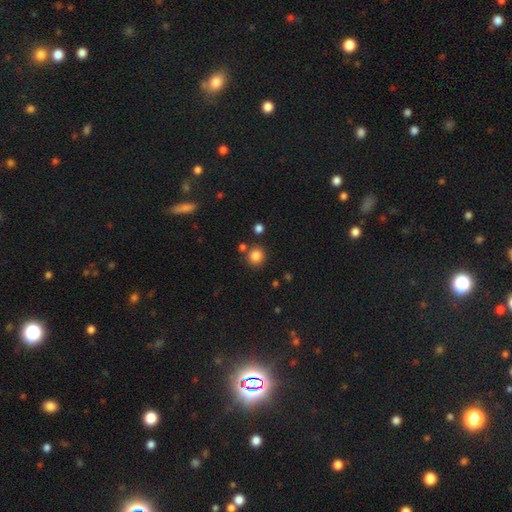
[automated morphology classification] smooth-or-featured: smooth: 84% | star or artifact: 12% | featured or disk: 5%
  how-rounded: round: 89% | in between: 10% | cigar-shaped: 1%
  merging: none: 81% | minor disturbance: 9% | merger: 8% | major disturbance: 3%